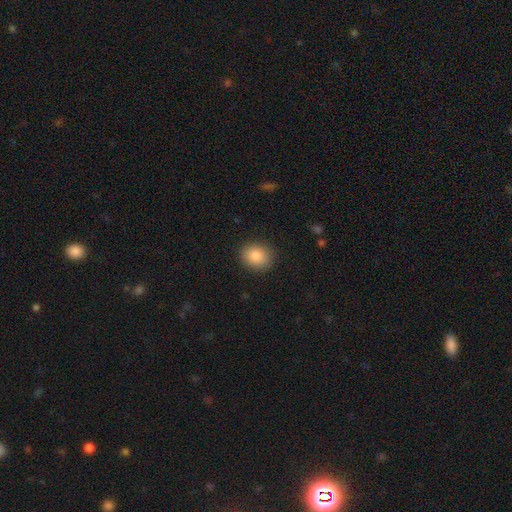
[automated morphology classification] Smooth or featured? Predicted: smooth (p=0.85). How rounded? Predicted: round (p=0.65). Merging? Predicted: none (p=0.89).